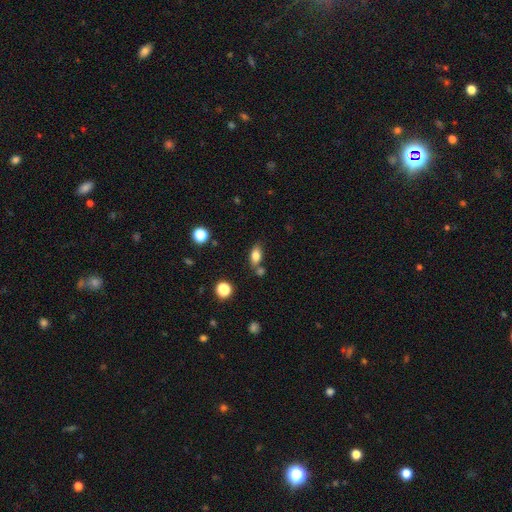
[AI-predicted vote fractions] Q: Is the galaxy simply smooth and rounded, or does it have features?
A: smooth — 79%.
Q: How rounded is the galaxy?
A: in between — 85%.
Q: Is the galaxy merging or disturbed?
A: none — 64%.